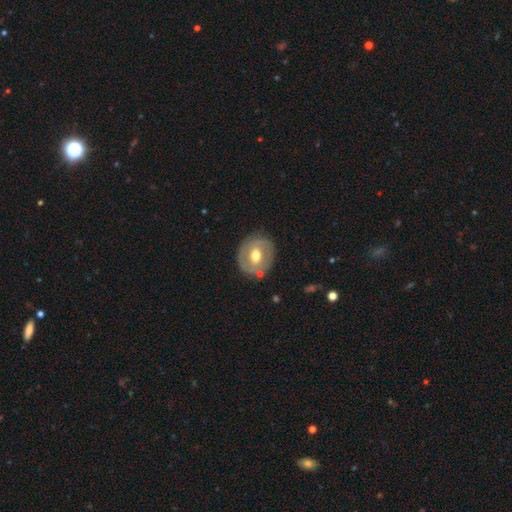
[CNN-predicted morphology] Smooth or featured: featured or disk — 59% (smooth — 36%)
Edge-on disk: no — 95% (yes — 5%)
Bar: weak — 42% (no — 40%)
Spiral arms: no — 56% (yes — 44%)
Bulge size: moderate — 78% (large — 12%)
Merging: none — 79% (minor disturbance — 14%)